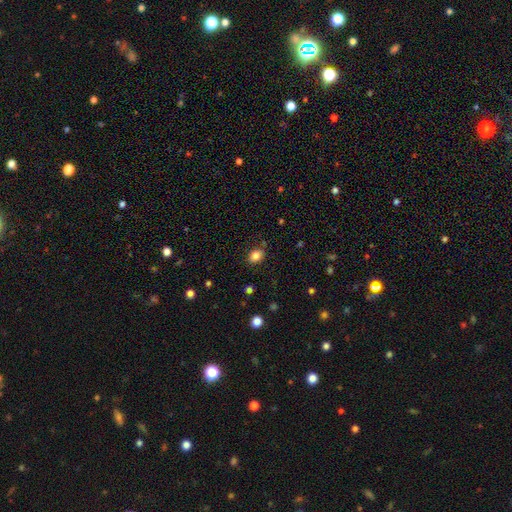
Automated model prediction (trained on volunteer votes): Smooth or featured?
  - smooth: 82% *
  - star or artifact: 11%
  - featured or disk: 7%
How rounded?
  - in between: 63% *
  - round: 36%
  - cigar-shaped: 1%
Merging?
  - none: 83% *
  - minor disturbance: 12%
  - major disturbance: 3%
  - merger: 2%